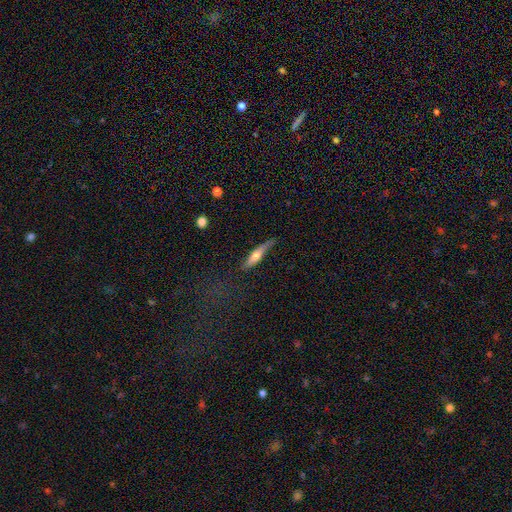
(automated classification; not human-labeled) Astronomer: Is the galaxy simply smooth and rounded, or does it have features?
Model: smooth — 49% (runner-up: featured or disk, 45%).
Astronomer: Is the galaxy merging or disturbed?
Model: none — 61%.